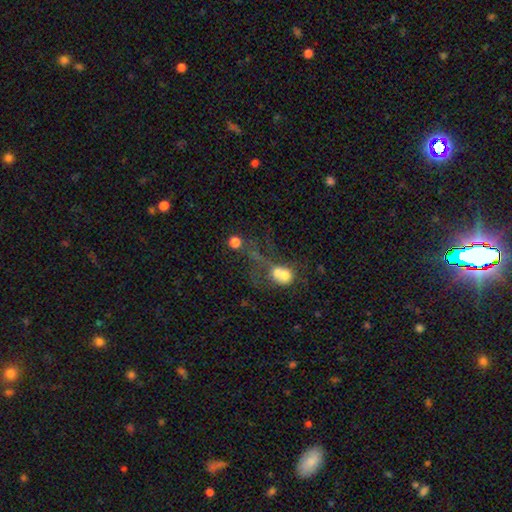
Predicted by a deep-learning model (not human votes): Smooth or featured? star or artifact (44%)